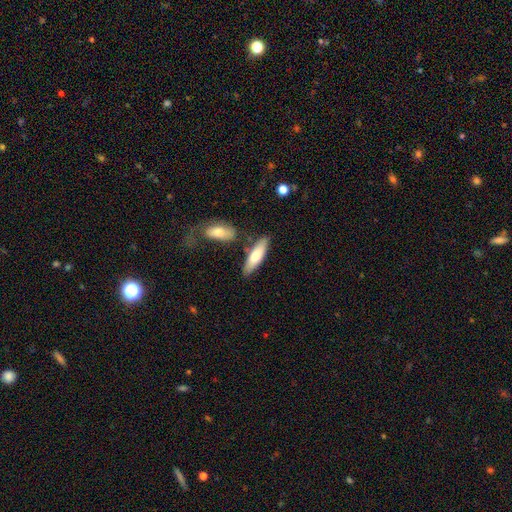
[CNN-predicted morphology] Overall: smooth (74%). How rounded: cigar-shaped (53%; in between 46%). Merging: none (76%).